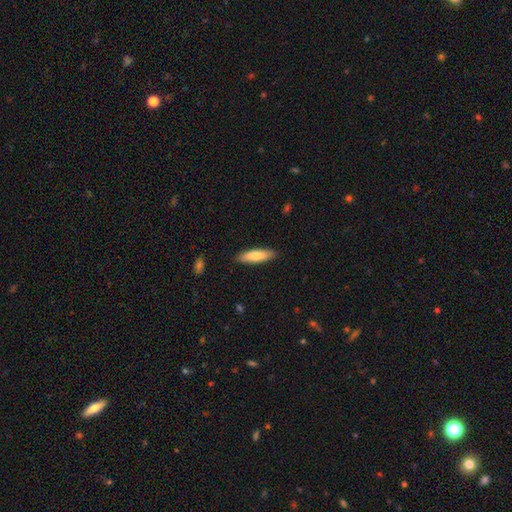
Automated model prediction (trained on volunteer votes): smooth 80%, featured or disk 15%, star or artifact 5%. Down the decision tree: how rounded — cigar-shaped (65%); merging — none (88%).